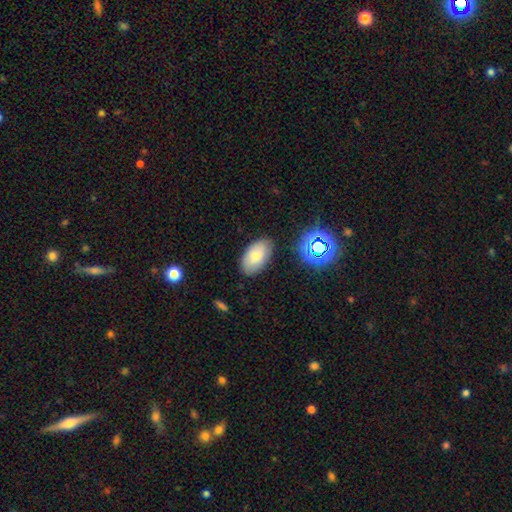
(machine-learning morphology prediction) Smooth or featured? Predicted: smooth (p=0.75). How rounded? Predicted: in between (p=0.94). Merging? Predicted: none (p=0.82).